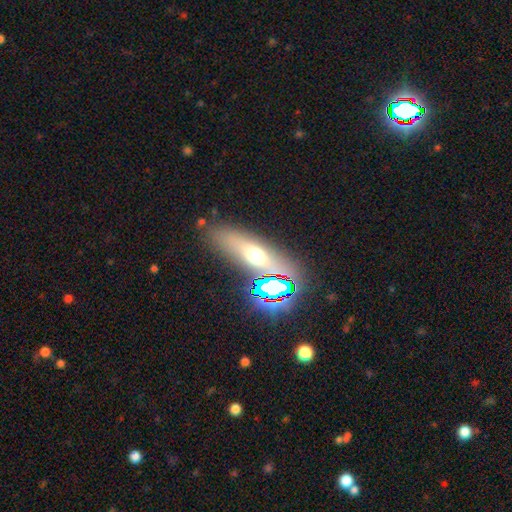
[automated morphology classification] Smooth or featured? Predicted: smooth (p=0.46). Merging? Predicted: none (p=0.81).